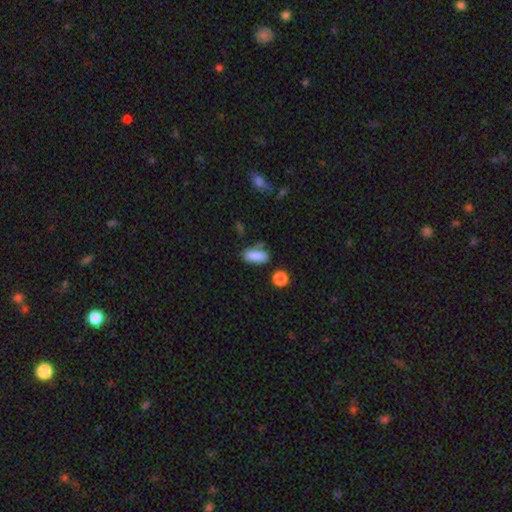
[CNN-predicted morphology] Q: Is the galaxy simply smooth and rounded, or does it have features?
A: smooth — 85%.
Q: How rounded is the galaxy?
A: in between — 73%.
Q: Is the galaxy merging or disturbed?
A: none — 65%.